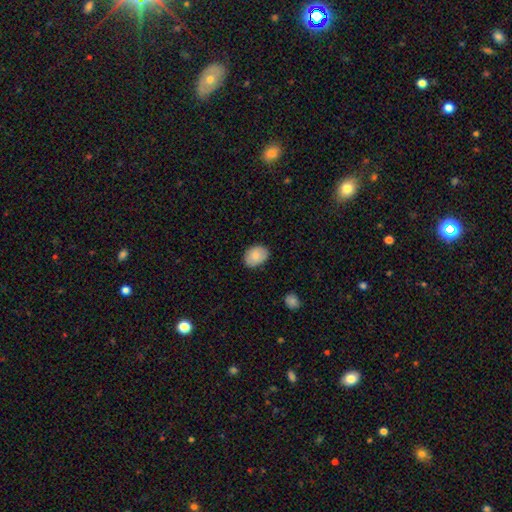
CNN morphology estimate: This is clearly a smooth galaxy (82%). How rounded: likely in between (74%). Merging: clearly none (82%).